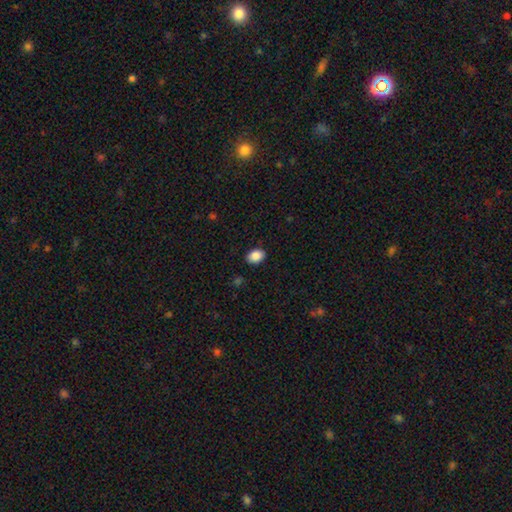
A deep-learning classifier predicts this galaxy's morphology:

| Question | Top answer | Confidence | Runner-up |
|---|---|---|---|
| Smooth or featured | smooth | 89% | star or artifact (8%) |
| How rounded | in between | 77% | round (22%) |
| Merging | none | 88% | minor disturbance (9%) |